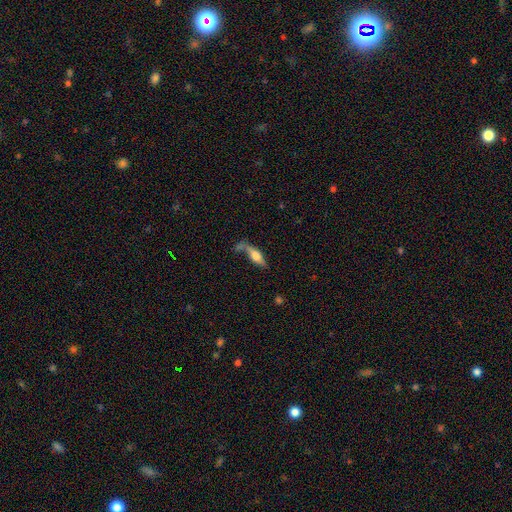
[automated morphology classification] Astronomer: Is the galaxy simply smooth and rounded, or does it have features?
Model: smooth — 50% (runner-up: featured or disk, 42%).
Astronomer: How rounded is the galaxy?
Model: in between — 49% (runner-up: cigar-shaped, 47%).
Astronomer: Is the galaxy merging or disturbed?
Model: none — 42% (runner-up: minor disturbance, 22%).